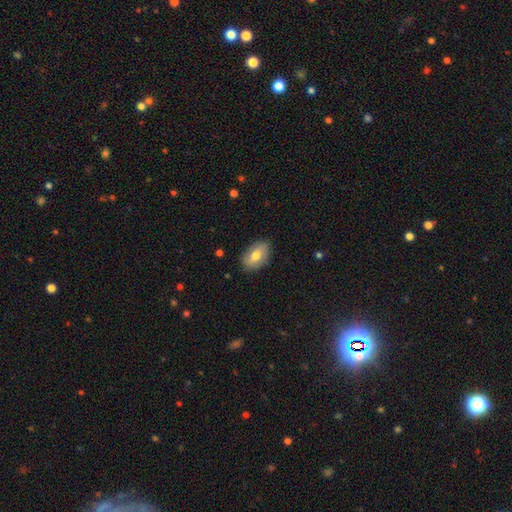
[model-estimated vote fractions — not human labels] This is likely a smooth galaxy (73%). How rounded: clearly in between (90%). Merging: clearly none (84%).